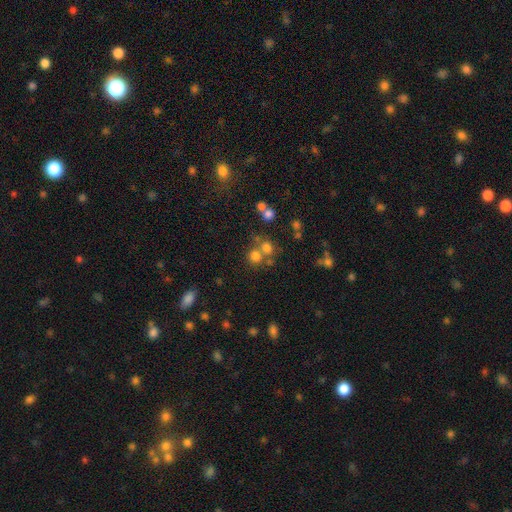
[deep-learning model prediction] A smooth galaxy with no disk features (71%) that is round (88%).

Vote fractions:
- Smooth or featured? smooth: 71% / star or artifact: 18% / featured or disk: 11%
- How rounded? round: 88% / in between: 11% / cigar-shaped: 1%
- Merging? none: 55% / merger: 33% / minor disturbance: 8% / major disturbance: 4%